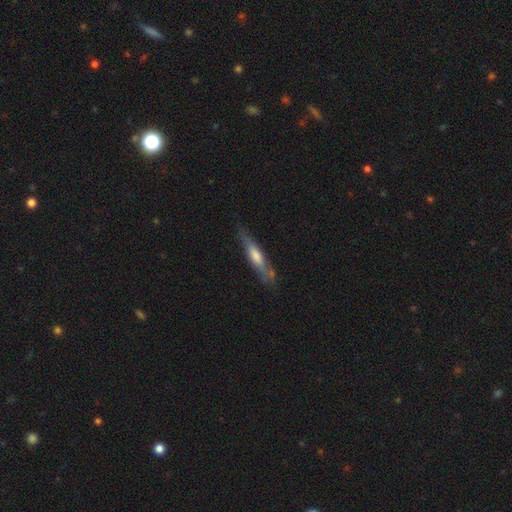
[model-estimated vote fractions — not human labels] A featured or disk galaxy (50%). Merging: none (72%).